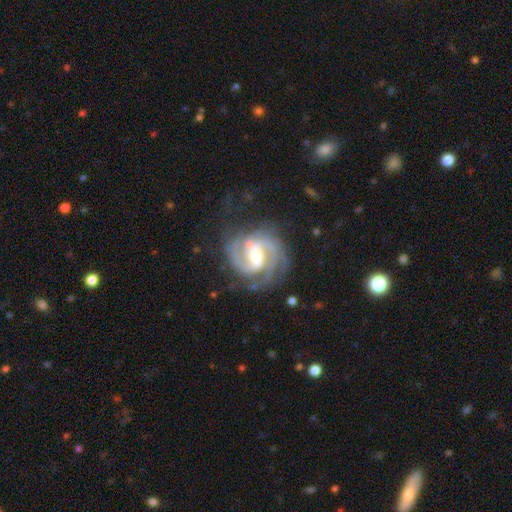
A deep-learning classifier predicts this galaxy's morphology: Smooth or featured: featured or disk — 92% (star or artifact — 4%)
Edge-on disk: no — 98% (yes — 2%)
Bar: weak — 48% (strong — 37%)
Spiral arms: yes — 98% (no — 2%)
Spiral winding: tight — 55% (medium — 40%)
Spiral arm count: 2 — 53% (3 — 27%)
Bulge size: moderate — 59% (small — 31%)
Merging: none — 71% (minor disturbance — 18%)